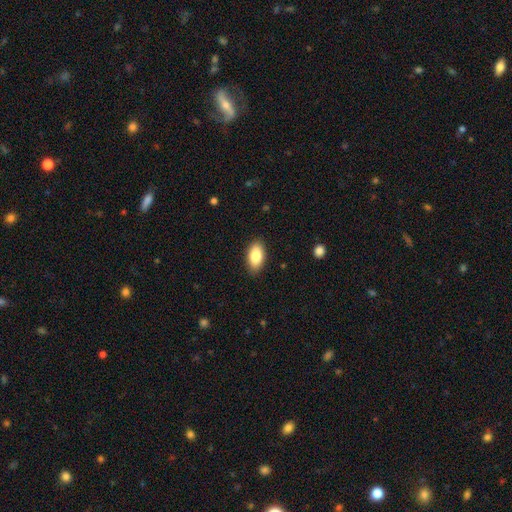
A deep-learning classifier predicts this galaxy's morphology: Smooth or featured? Predicted: smooth (p=0.86). How rounded? Predicted: in between (p=0.93). Merging? Predicted: none (p=0.88).